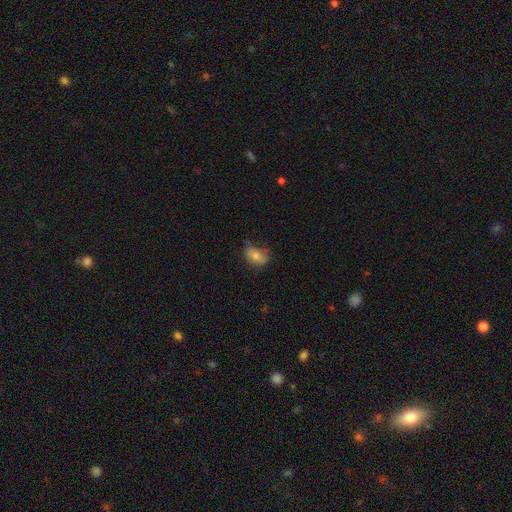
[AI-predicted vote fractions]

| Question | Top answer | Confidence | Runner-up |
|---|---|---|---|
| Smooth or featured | smooth | 70% | featured or disk (20%) |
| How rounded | in between | 84% | round (14%) |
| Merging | none | 49% | minor disturbance (34%) |